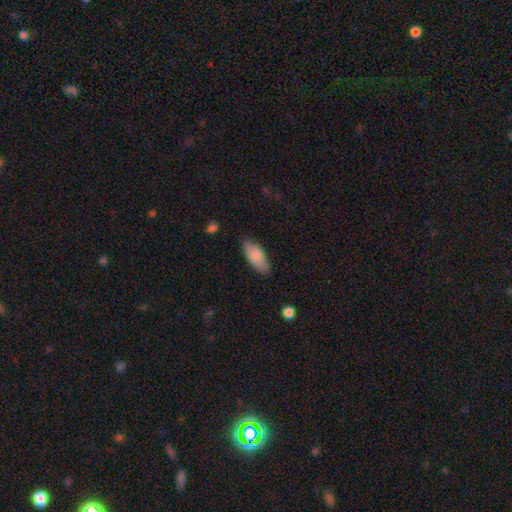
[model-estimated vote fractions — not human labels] Smooth or featured? smooth (86%)
How rounded? in between (85%)
Merging? none (81%)